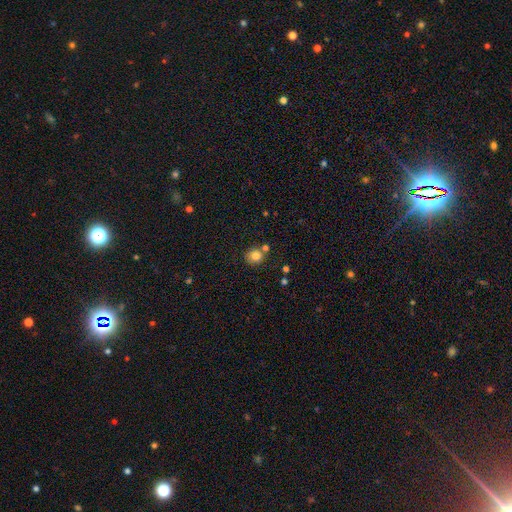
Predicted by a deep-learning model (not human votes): smooth-or-featured: smooth: 81% | star or artifact: 11% | featured or disk: 8%
  how-rounded: round: 86% | in between: 13% | cigar-shaped: 1%
  merging: none: 68% | merger: 17% | minor disturbance: 11% | major disturbance: 3%